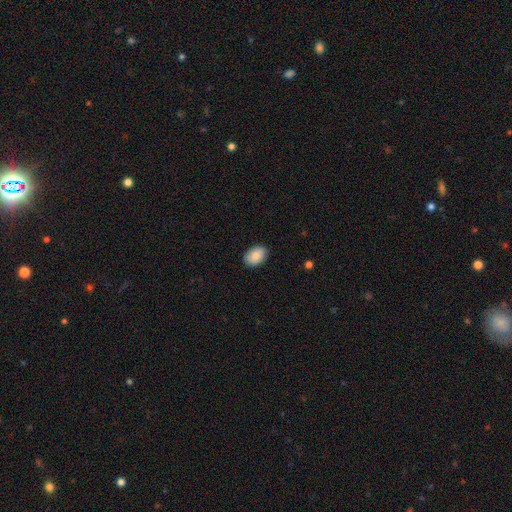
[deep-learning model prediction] This appears to be a smooth galaxy with no disk features (87%) that is in between round and cigar-shaped (87%). Merging: none (86%).